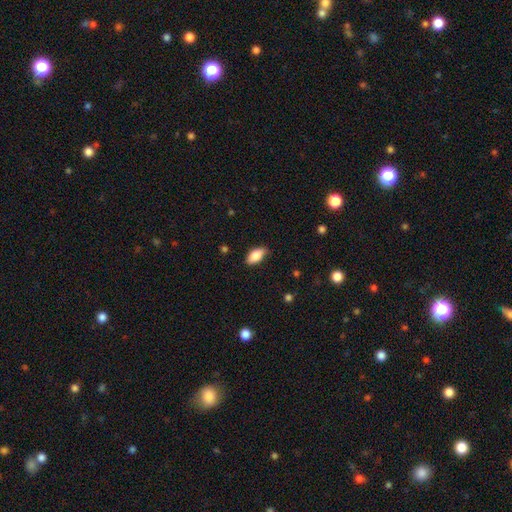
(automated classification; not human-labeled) Overall: smooth (85%). How rounded: in between (92%). Merging: none (78%).